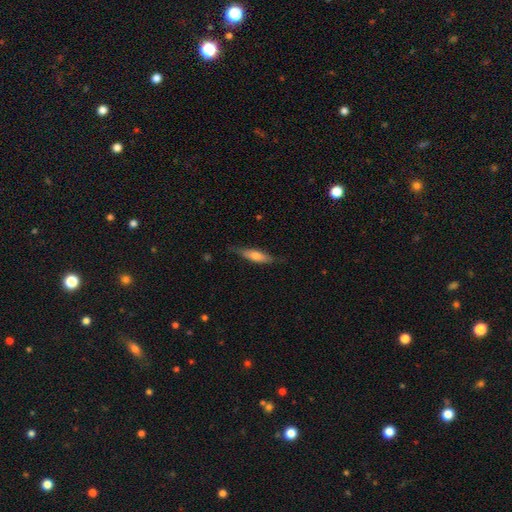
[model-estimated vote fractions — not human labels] Smooth or featured: smooth — 61% (featured or disk — 33%)
How rounded: cigar-shaped — 67% (in between — 31%)
Merging: none — 75% (minor disturbance — 20%)